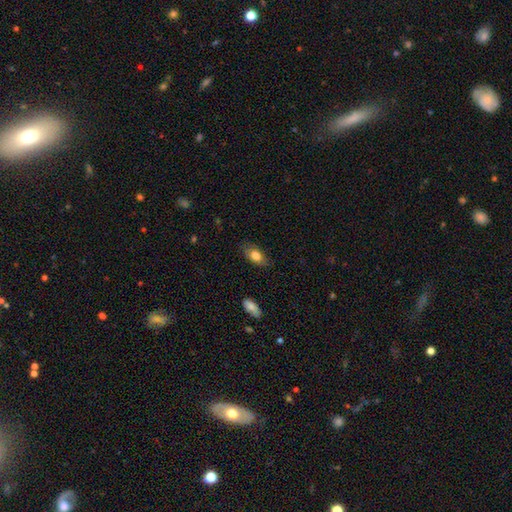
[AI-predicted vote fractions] Smooth or featured? Predicted: smooth (p=0.79). How rounded? Predicted: in between (p=0.89). Merging? Predicted: none (p=0.79).